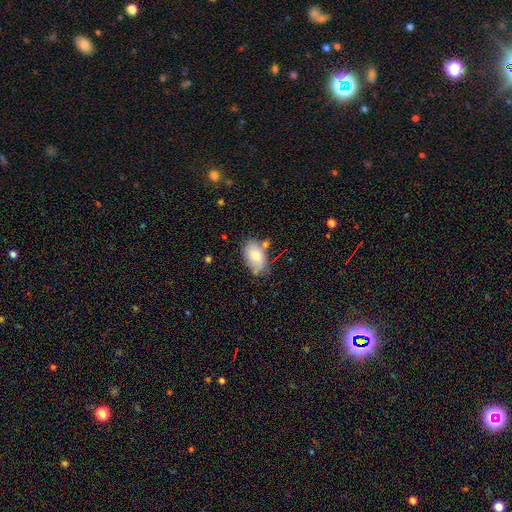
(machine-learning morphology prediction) A smooth galaxy with no disk features (75%) that is in between round and cigar-shaped (92%). Merging: none (60%).